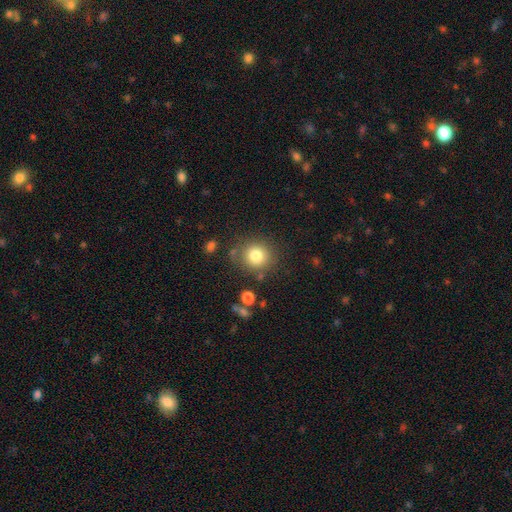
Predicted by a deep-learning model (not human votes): The model was most divided on "merging": none: 79%, minor disturbance: 11%, merger: 5%, major disturbance: 5%. More confident: how rounded — round (89%); smooth or featured — smooth (80%).